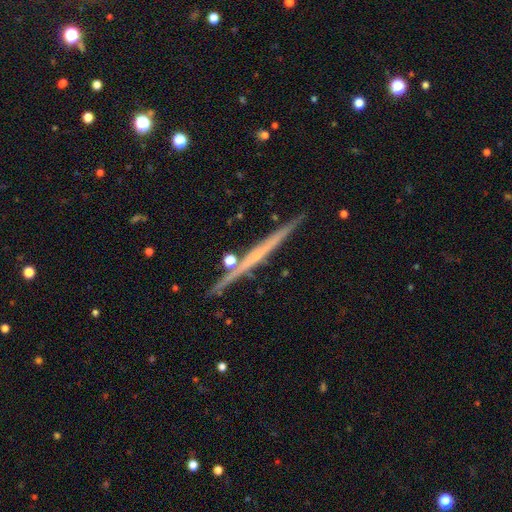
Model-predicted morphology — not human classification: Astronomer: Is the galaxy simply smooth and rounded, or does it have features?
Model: featured or disk — 69%.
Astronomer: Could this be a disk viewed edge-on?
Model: yes — 98%.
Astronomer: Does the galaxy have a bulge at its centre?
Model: none — 80%.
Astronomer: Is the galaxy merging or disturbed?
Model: none — 88%.